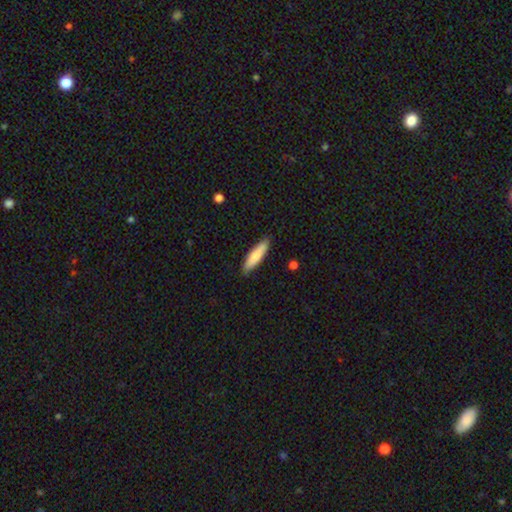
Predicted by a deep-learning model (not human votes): A smooth galaxy with no disk features (79%) that is cigar-shaped (74%). Merging: none (88%).